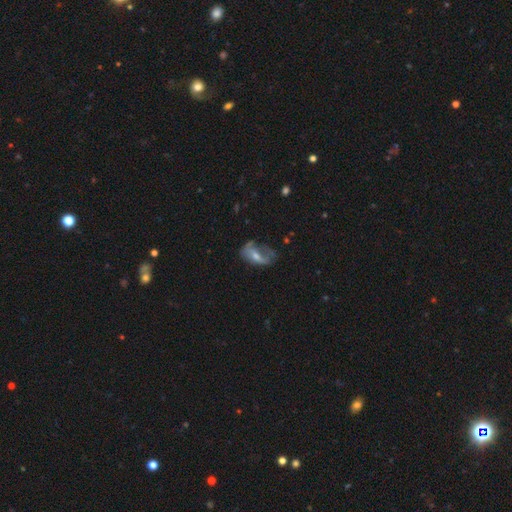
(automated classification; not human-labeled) smooth_or_featured: featured or disk (p=0.49) [alt: smooth p=0.43]
merging: major disturbance (p=0.34) [alt: none p=0.32]